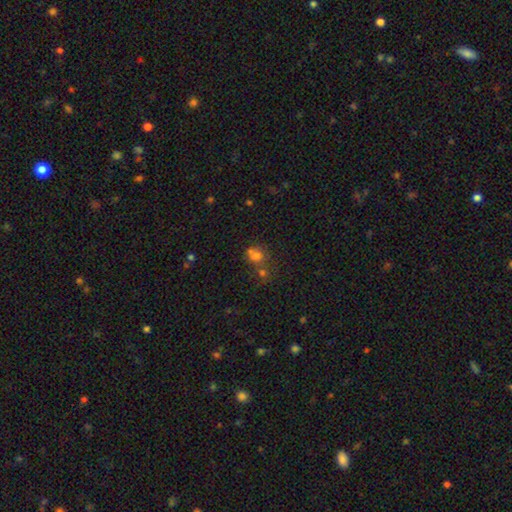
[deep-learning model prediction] Smooth or featured? smooth (65%)
How rounded? round (72%)
Merging? merger (45%)